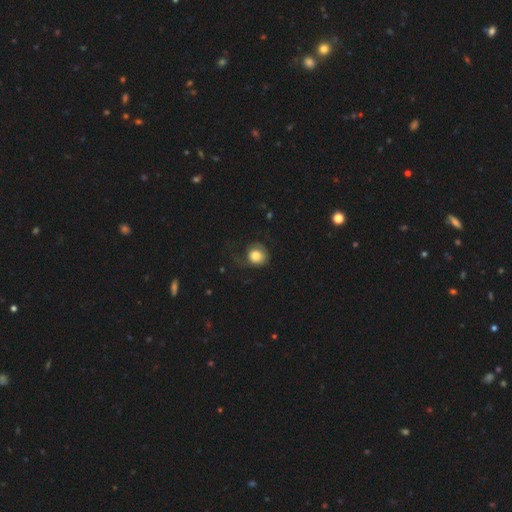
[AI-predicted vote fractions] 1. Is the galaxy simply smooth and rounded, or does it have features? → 76% smooth, 16% featured or disk, 8% star or artifact.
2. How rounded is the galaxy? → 79% round, 20% in between, 1% cigar-shaped.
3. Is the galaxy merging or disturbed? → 46% none, 30% major disturbance, 23% minor disturbance, 2% merger.